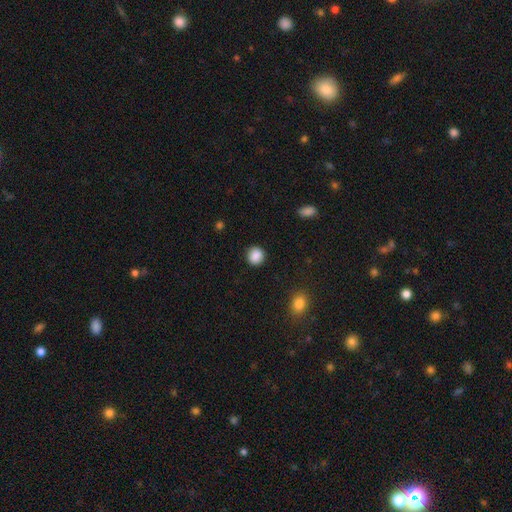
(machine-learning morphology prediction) Smooth or featured?
  - smooth: 88% *
  - star or artifact: 9%
  - featured or disk: 3%
How rounded?
  - round: 88% *
  - in between: 11%
  - cigar-shaped: 1%
Merging?
  - none: 89% *
  - minor disturbance: 8%
  - major disturbance: 2%
  - merger: 1%